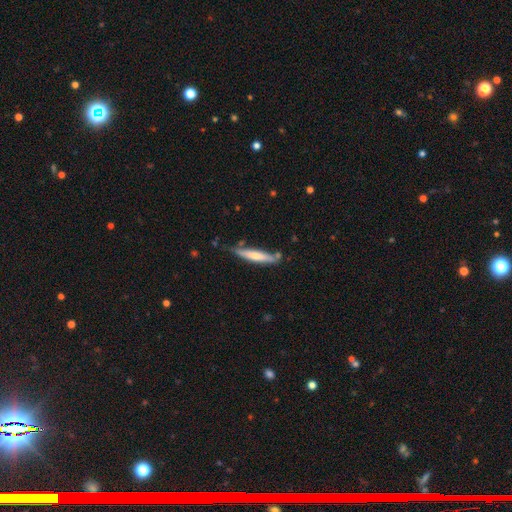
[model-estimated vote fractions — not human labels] The model was most divided on "smooth or featured": smooth: 56%, featured or disk: 39%, star or artifact: 5%. More confident: how rounded — cigar-shaped (90%); merging — none (71%).